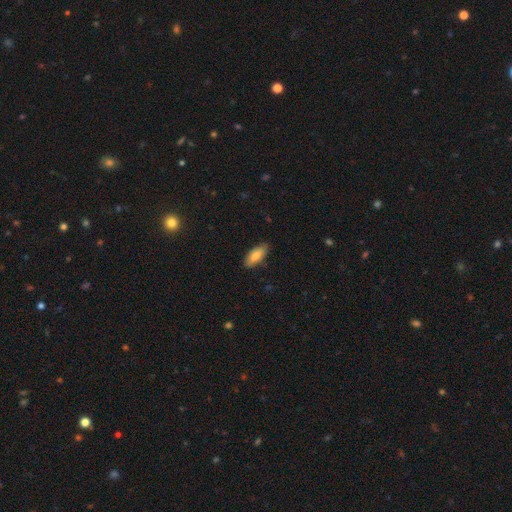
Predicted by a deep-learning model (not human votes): This is likely a smooth galaxy (74%). How rounded: clearly in between (81%). Merging: clearly none (82%).